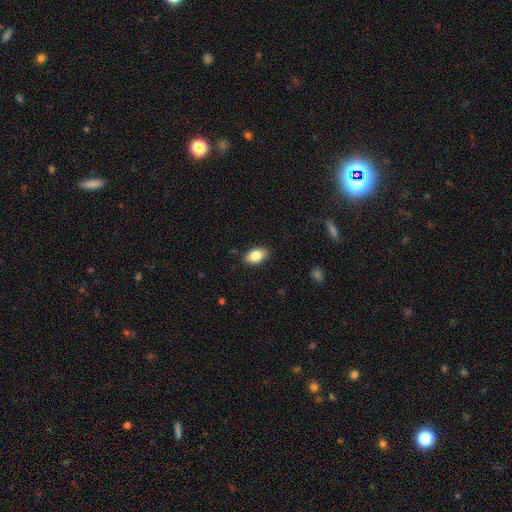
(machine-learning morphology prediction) smooth_or_featured: smooth (p=0.83) [alt: featured or disk p=0.10]
how_rounded: in between (p=0.91) [alt: round p=0.07]
merging: none (p=0.88) [alt: minor disturbance p=0.09]